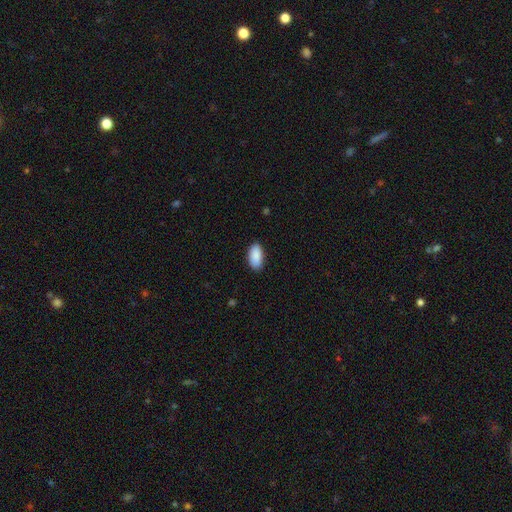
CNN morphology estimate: This is clearly a smooth galaxy (90%). How rounded: clearly in between (94%). Merging: clearly none (86%).